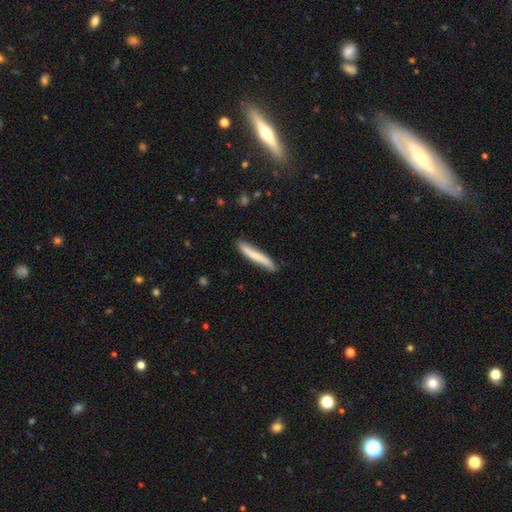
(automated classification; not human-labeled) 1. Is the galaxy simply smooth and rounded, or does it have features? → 65% smooth, 30% featured or disk, 5% star or artifact.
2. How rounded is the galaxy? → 95% cigar-shaped, 4% in between, 1% round.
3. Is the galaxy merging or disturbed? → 82% none, 14% minor disturbance, 2% major disturbance, 2% merger.